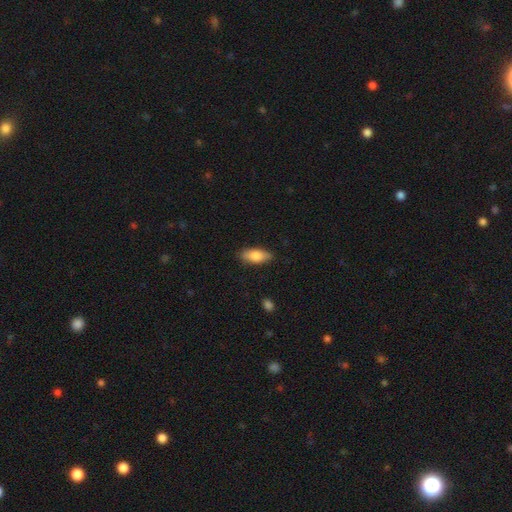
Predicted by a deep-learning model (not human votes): This appears to be a smooth galaxy with no disk features (80%) that is in between round and cigar-shaped (83%). Merging: none (86%).